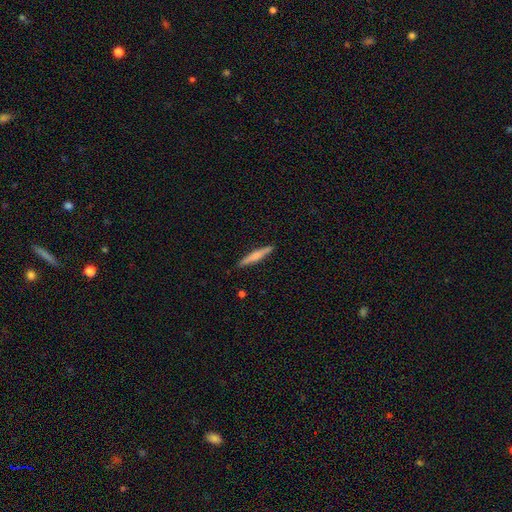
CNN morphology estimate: smooth_or_featured: smooth (p=0.56) [alt: featured or disk p=0.39]
how_rounded: cigar-shaped (p=0.93) [alt: in between p=0.05]
merging: none (p=0.90) [alt: minor disturbance p=0.07]